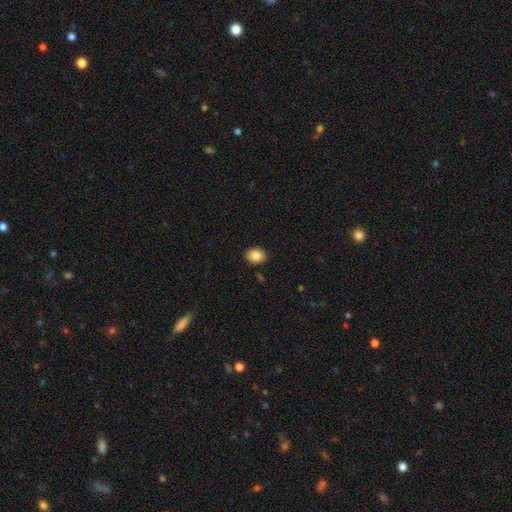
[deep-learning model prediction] This is clearly a smooth galaxy (85%). How rounded: possibly in between (54%). Merging: clearly none (90%).